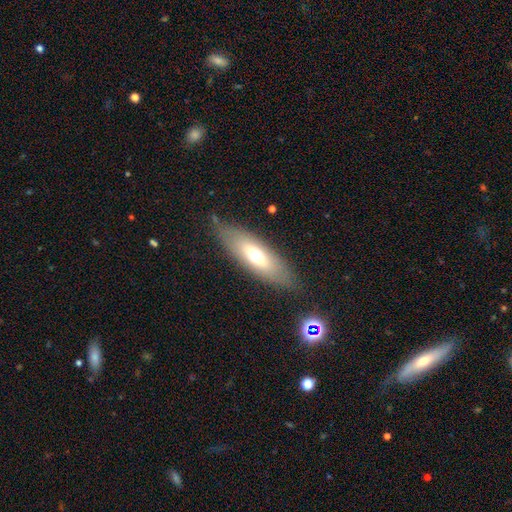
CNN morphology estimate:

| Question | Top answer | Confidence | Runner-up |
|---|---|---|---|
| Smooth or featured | smooth | 59% | featured or disk (34%) |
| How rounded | in between | 61% | cigar-shaped (36%) |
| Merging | none | 80% | minor disturbance (13%) |